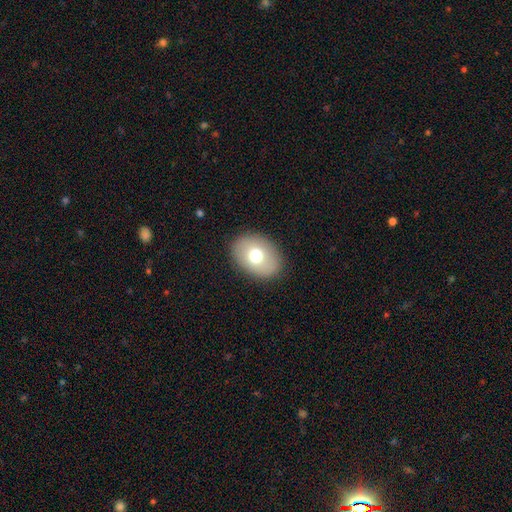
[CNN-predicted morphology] Smooth or featured? smooth (70%)
How rounded? in between (72%)
Merging? none (87%)